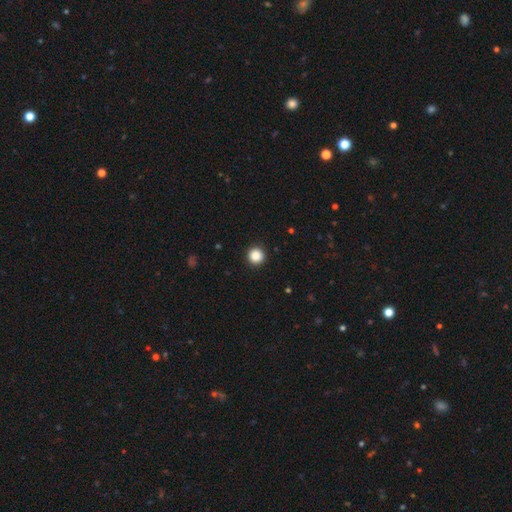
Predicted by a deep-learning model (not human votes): Smooth or featured?
  - smooth: 87% *
  - star or artifact: 10%
  - featured or disk: 3%
How rounded?
  - round: 96% *
  - in between: 3%
  - cigar-shaped: 1%
Merging?
  - none: 93% *
  - minor disturbance: 4%
  - major disturbance: 2%
  - merger: 1%